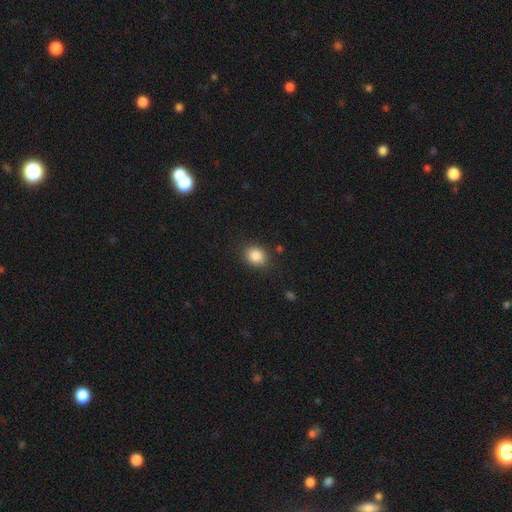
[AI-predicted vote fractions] A smooth galaxy with no disk features (86%) that is in between round and cigar-shaped (50%).

Vote fractions:
- Smooth or featured? smooth: 86% / star or artifact: 9% / featured or disk: 5%
- How rounded? in between: 50% / round: 49% / cigar-shaped: 1%
- Merging? none: 84% / minor disturbance: 11% / major disturbance: 3% / merger: 2%